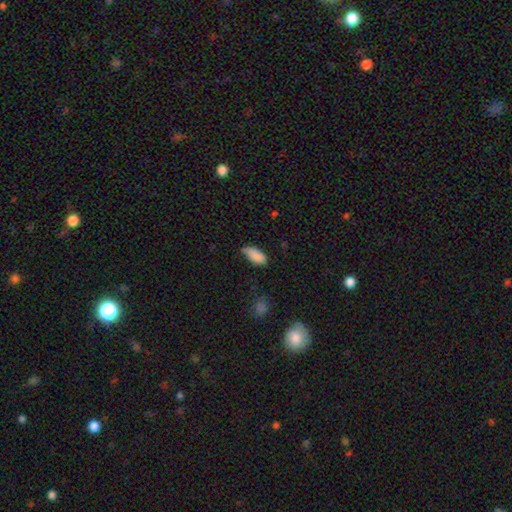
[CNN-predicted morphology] type=smooth (86%); roundness=in between (89%); merging=none (53%).